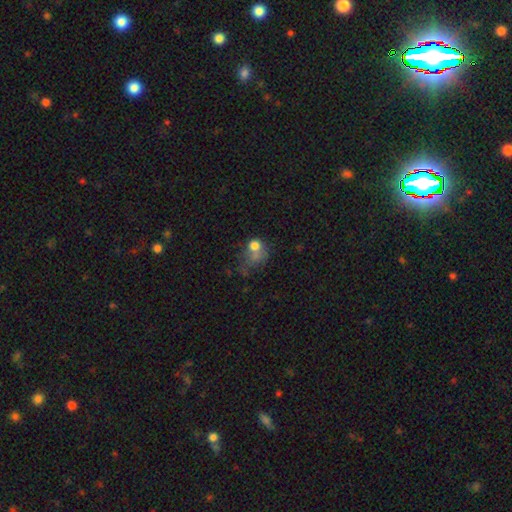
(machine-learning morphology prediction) Smooth or featured: smooth — 54% (star or artifact — 25%)
How rounded: round — 63% (in between — 36%)
Merging: major disturbance — 32% (none — 31%)